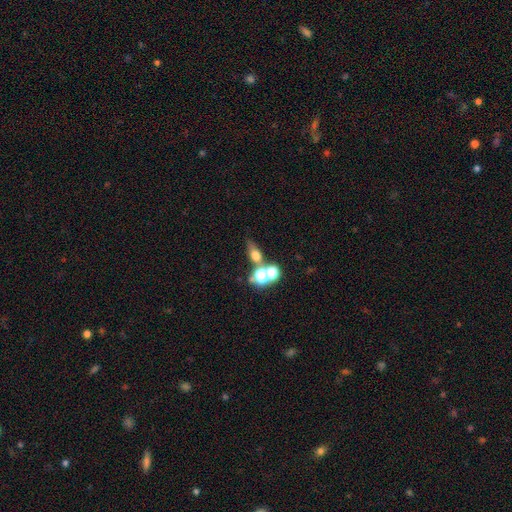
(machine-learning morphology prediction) Smooth or featured? Predicted: smooth (p=0.55). How rounded? Predicted: in between (p=0.45). Merging? Predicted: none (p=0.47).